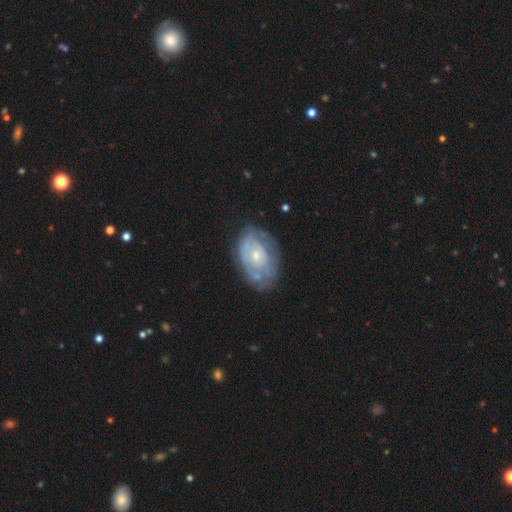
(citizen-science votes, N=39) Smooth or featured?
  - featured or disk: 90% *
  - smooth: 5%
  - star or artifact: 5%
Edge-on disk?
  - no: 97% *
  - yes: 3%
Bar?
  - no: 85% *
  - weak: 12%
  - strong: 3%
Spiral arms?
  - yes: 56% *
  - no: 44%
Spiral winding?
  - tight: 47% *
  - medium: 32%
  - loose: 21%
Spiral arm count?
  - can't tell: 74% *
  - 2: 16%
  - 1: 11%
  - 3: 0%
  - 4: 0%
  - more than 4: 0%
Bulge size?
  - small: 62% *
  - moderate: 32%
  - large: 3%
  - none: 3%
  - dominant: 0%
Merging?
  - none: 70% *
  - minor disturbance: 19%
  - major disturbance: 8%
  - merger: 3%